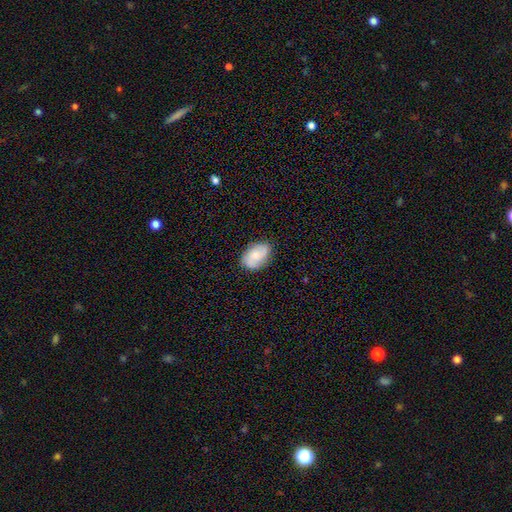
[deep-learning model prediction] Q: Smooth or featured?
A: smooth (59%); runner-up: featured or disk (33%)
Q: How rounded?
A: in between (85%); runner-up: round (14%)
Q: Merging?
A: none (77%); runner-up: minor disturbance (18%)